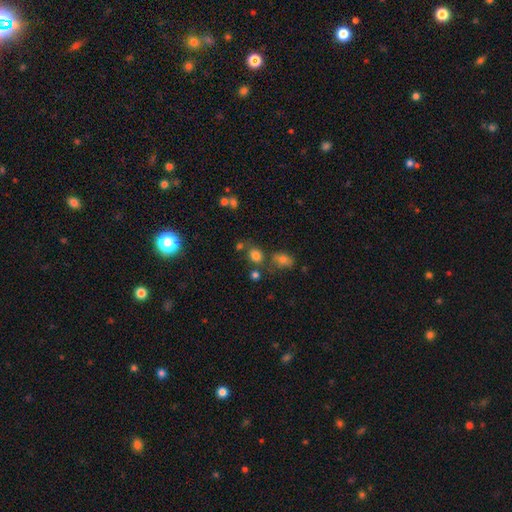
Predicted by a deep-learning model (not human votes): smooth_or_featured: smooth (p=0.77) [alt: star or artifact p=0.15]
how_rounded: round (p=0.54) [alt: in between p=0.45]
merging: none (p=0.65) [alt: merger p=0.16]